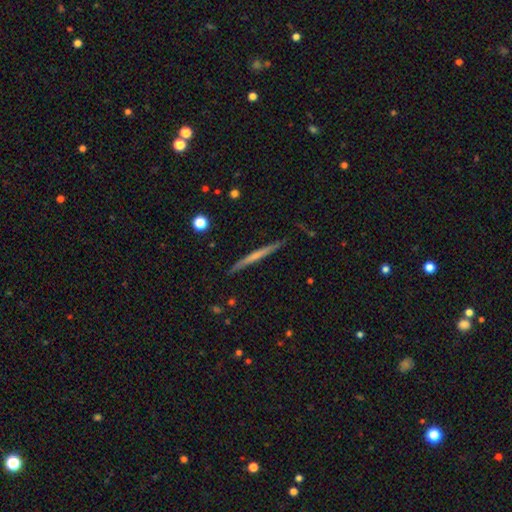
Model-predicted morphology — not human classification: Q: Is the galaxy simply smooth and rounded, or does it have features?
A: featured or disk — 54%.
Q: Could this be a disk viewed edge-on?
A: yes — 97%.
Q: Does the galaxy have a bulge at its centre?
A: none — 79%.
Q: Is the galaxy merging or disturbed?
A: none — 88%.